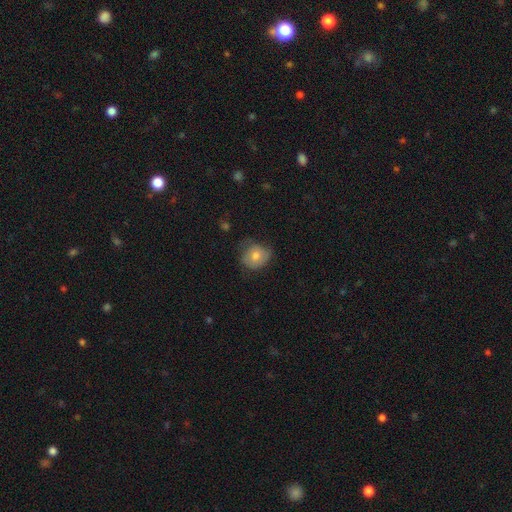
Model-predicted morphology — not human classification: smooth_or_featured: smooth (p=0.71) [alt: featured or disk p=0.22]
how_rounded: round (p=0.71) [alt: in between p=0.28]
merging: none (p=0.57) [alt: minor disturbance p=0.31]